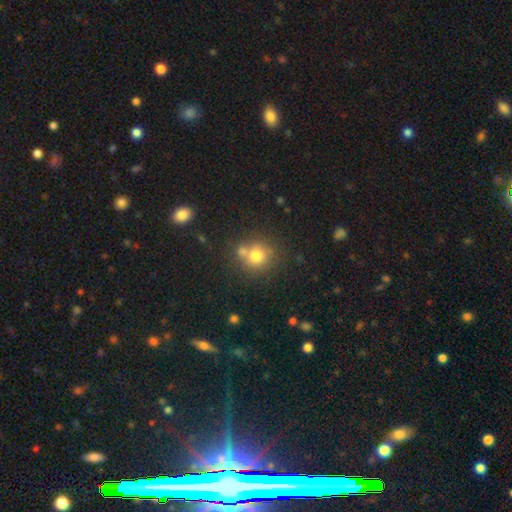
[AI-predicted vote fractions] A smooth galaxy with no disk features (74%) that is round (86%). Merging: none (58%).